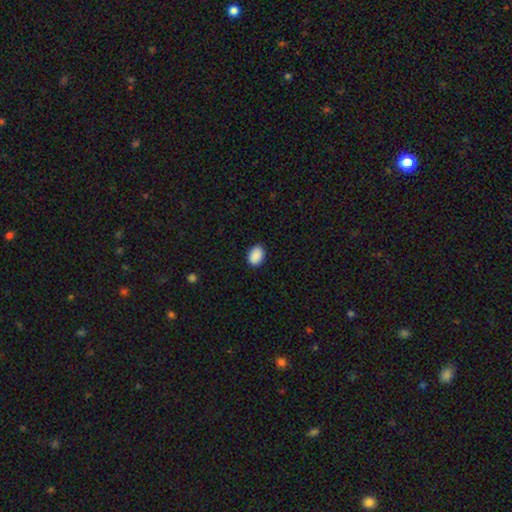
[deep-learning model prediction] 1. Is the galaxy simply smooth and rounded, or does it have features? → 90% smooth, 7% star or artifact, 2% featured or disk.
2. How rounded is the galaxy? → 79% in between, 20% round, 1% cigar-shaped.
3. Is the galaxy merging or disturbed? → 87% none, 10% minor disturbance, 2% major disturbance, 1% merger.